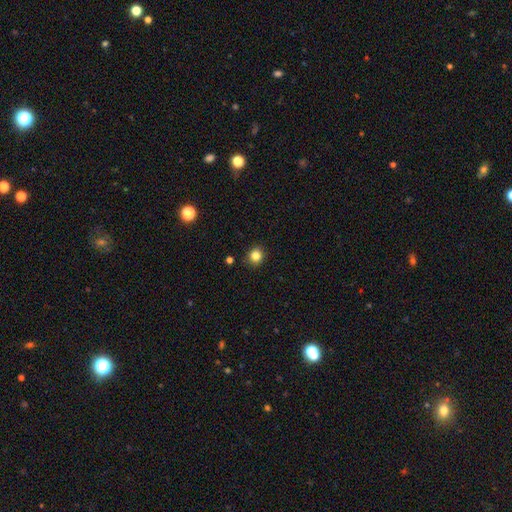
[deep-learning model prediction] Smooth or featured? smooth (83%)
How rounded? round (84%)
Merging? none (88%)